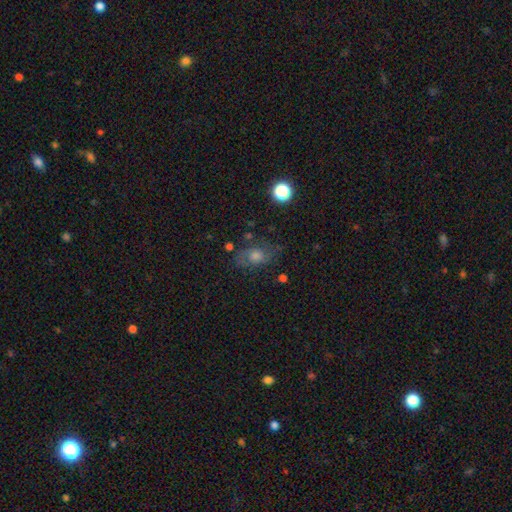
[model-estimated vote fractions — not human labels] Overall: featured or disk (43%; smooth 36%). Merging: none (72%).